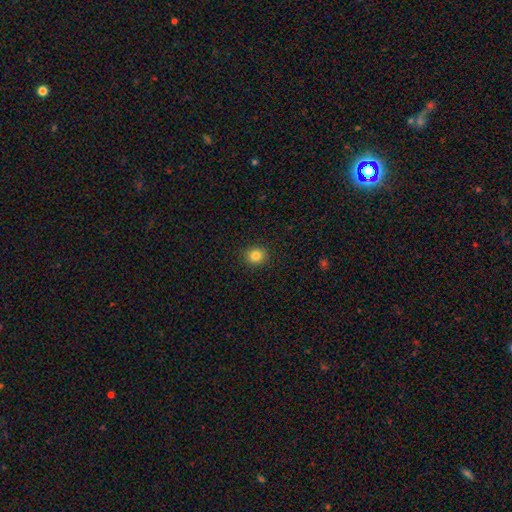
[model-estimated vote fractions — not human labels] This appears to be a smooth galaxy with no disk features (83%) that is round (86%). Merging: none (92%).